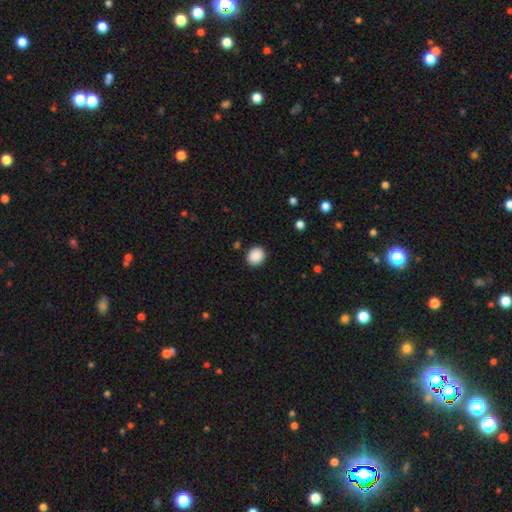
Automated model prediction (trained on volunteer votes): Q: Smooth or featured?
A: smooth (89%); runner-up: star or artifact (8%)
Q: How rounded?
A: round (80%); runner-up: in between (19%)
Q: Merging?
A: none (90%); runner-up: minor disturbance (7%)